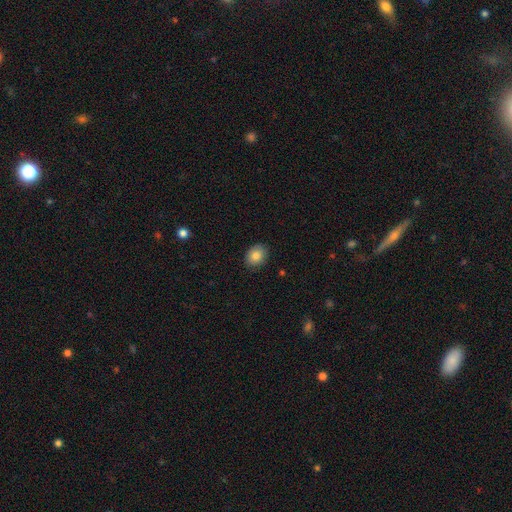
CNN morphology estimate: Overall: smooth (84%). How rounded: in between (58%; round 41%). Merging: none (88%).